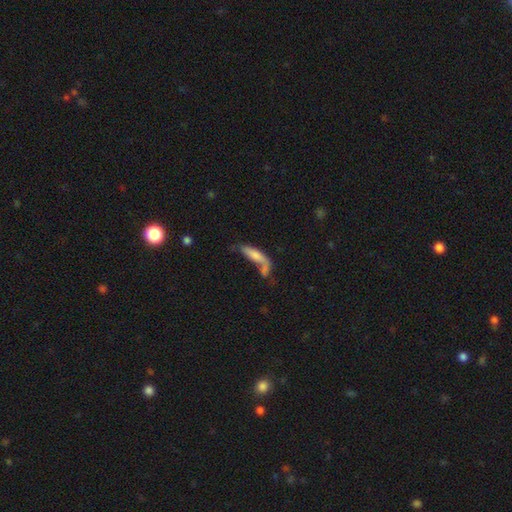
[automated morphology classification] Smooth or featured? smooth (69%)
How rounded? cigar-shaped (67%)
Merging? none (35%)